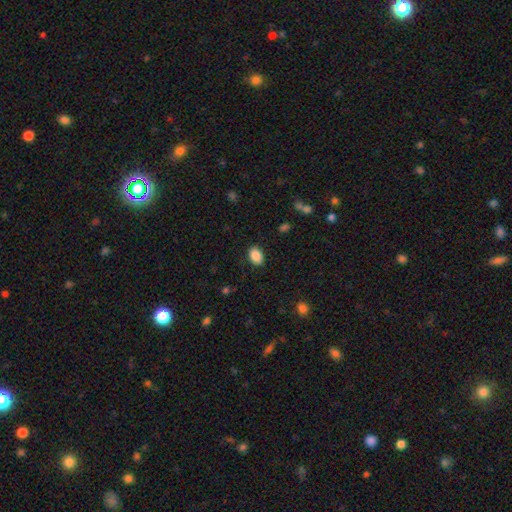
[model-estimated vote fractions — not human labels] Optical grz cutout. It shows a smooth galaxy with no disk features (89%) that is in between round and cigar-shaped (83%). Merging: none (87%).